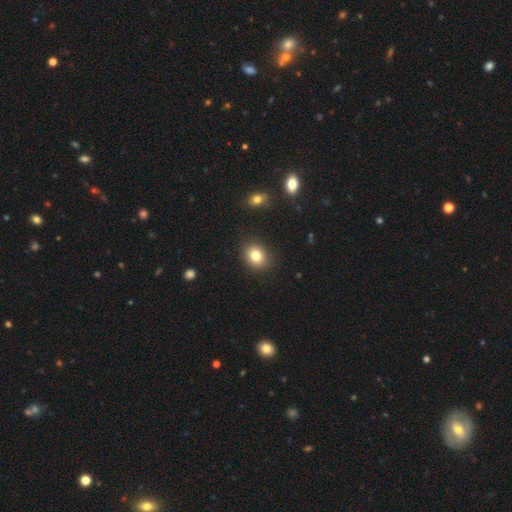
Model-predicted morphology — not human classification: type=smooth (81%); roundness=round (60%); merging=none (88%).